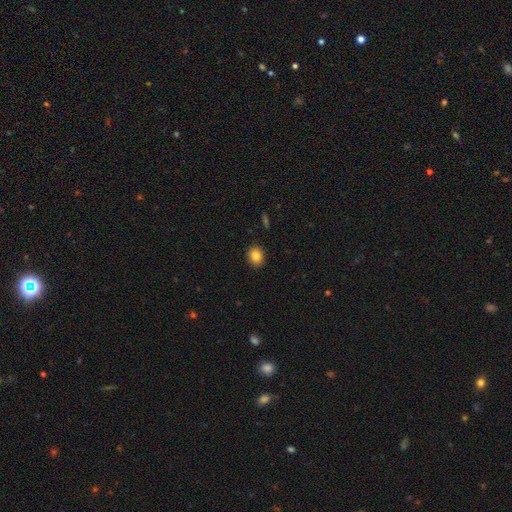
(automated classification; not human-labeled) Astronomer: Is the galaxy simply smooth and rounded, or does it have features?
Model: smooth — 84%.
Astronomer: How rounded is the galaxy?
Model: round — 56% (runner-up: in between, 43%).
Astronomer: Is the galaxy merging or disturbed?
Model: none — 90%.